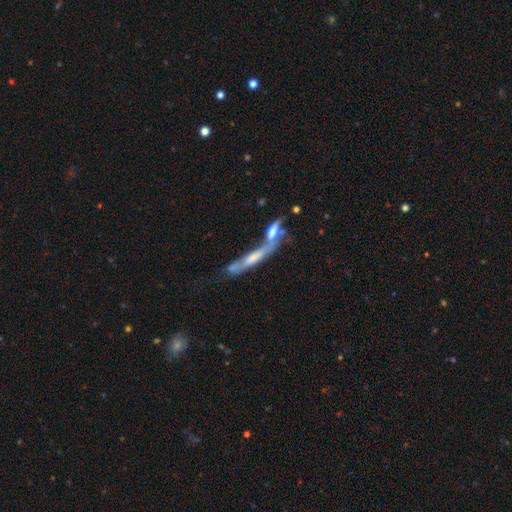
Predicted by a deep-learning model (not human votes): Smooth or featured? featured or disk (60%)
Edge-on disk? yes (68%)
Merging? merger (51%)